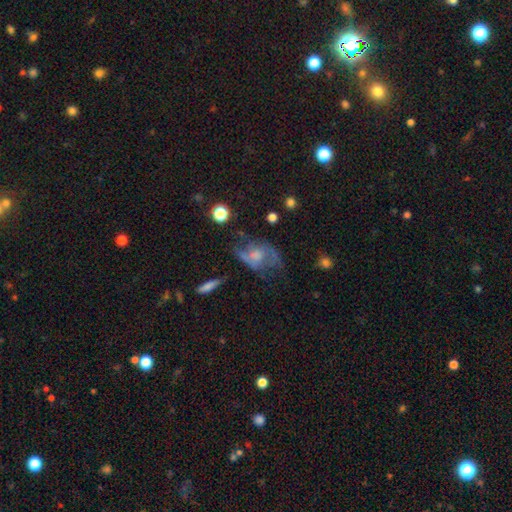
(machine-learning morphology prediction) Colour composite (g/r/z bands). It shows a featured or disk galaxy (59%) with no bar (68%), spiral arms (66%) and a moderate central bulge (33%). Merging: none (43%).